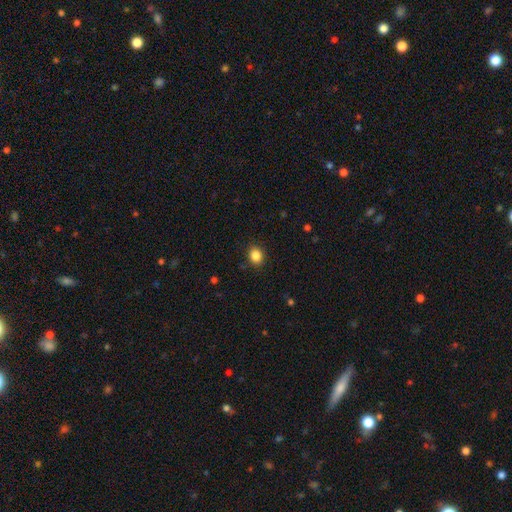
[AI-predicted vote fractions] This appears to be a smooth galaxy with no disk features (86%) that is round (51%). Merging: none (89%).